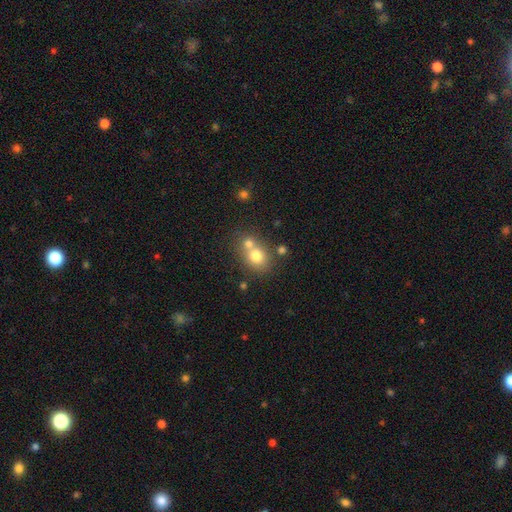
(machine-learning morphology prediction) This appears to be a smooth galaxy with no disk features (74%) that is round (67%). Merging: merger (46%).